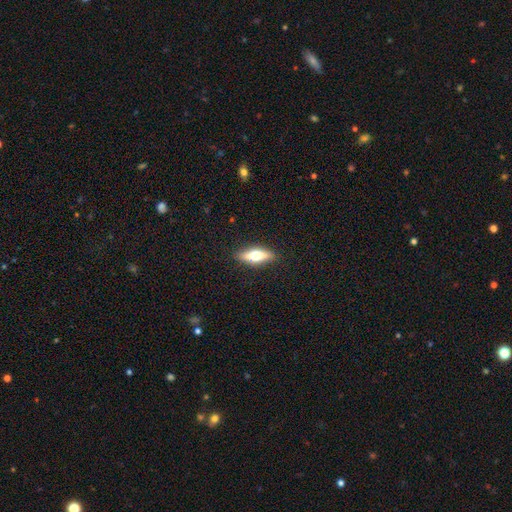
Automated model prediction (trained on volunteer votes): A smooth galaxy with no disk features (52%) that is in between round and cigar-shaped (50%). Merging: none (89%).